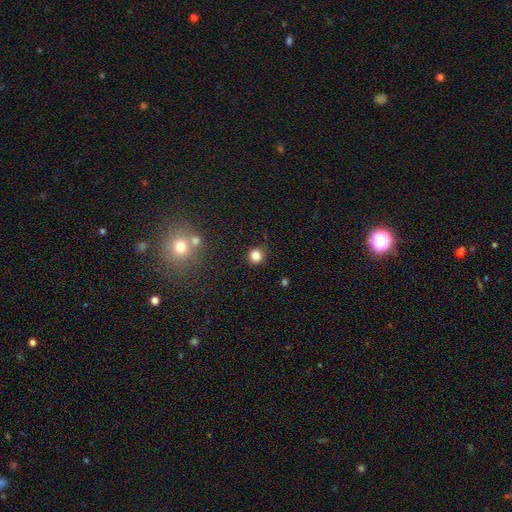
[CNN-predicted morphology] A smooth galaxy with no disk features (83%) that is round (92%). Merging: none (87%).